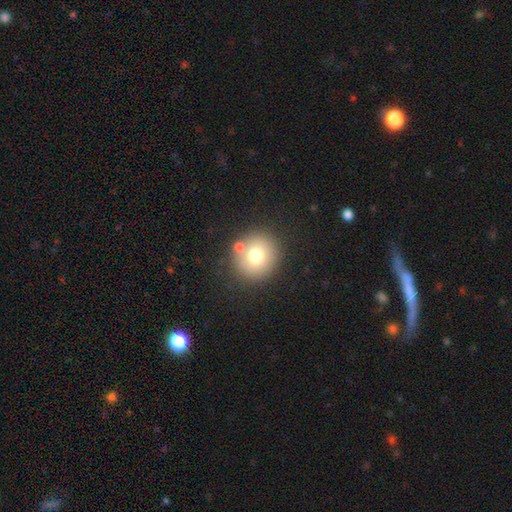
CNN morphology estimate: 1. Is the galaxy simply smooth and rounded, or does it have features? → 74% smooth, 14% featured or disk, 12% star or artifact.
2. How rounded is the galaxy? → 90% round, 9% in between, 1% cigar-shaped.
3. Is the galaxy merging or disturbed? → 78% none, 10% merger, 9% minor disturbance, 3% major disturbance.